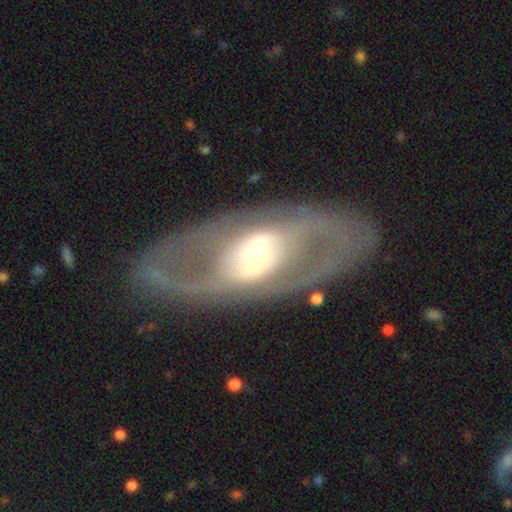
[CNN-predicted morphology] The model was most divided on "spiral arms": no: 61%, yes: 39%. More confident: edge-on disk — no (86%); smooth or featured — featured or disk (74%); merging — none (71%); bulge size — moderate (60%); bar — no (57%).